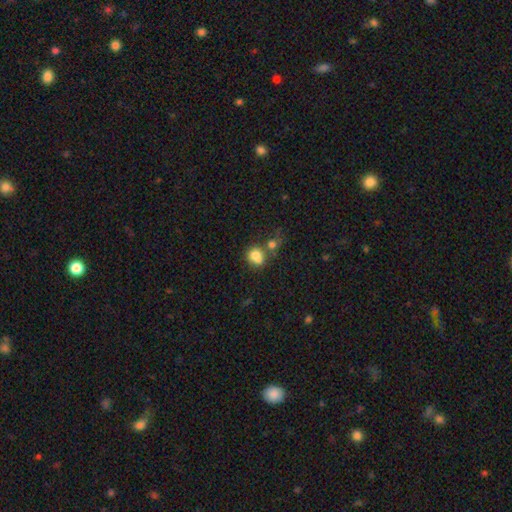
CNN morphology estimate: Smooth or featured? Predicted: smooth (p=0.81). How rounded? Predicted: round (p=0.59). Merging? Predicted: none (p=0.45).